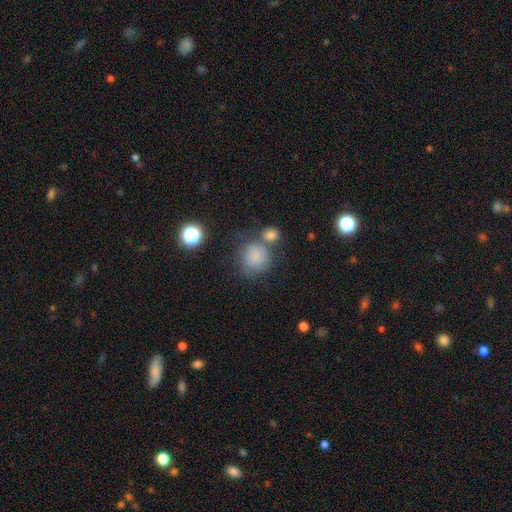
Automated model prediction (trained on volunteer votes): Overall: smooth (76%). How rounded: round (86%). Merging: none (54%; merger 22%).